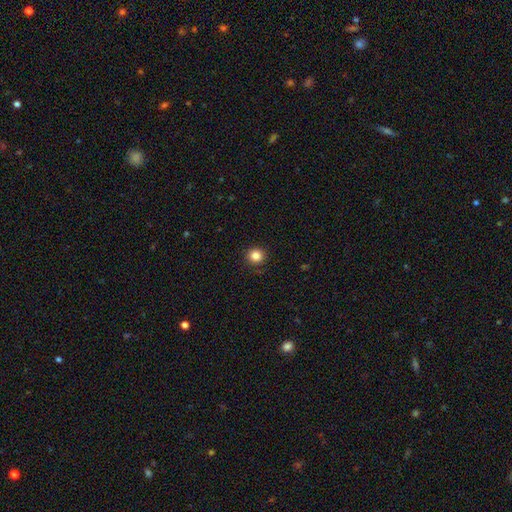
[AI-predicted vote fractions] smooth-or-featured: smooth: 84% | star or artifact: 12% | featured or disk: 4%
  how-rounded: round: 93% | in between: 6% | cigar-shaped: 1%
  merging: none: 91% | minor disturbance: 6% | major disturbance: 2% | merger: 1%